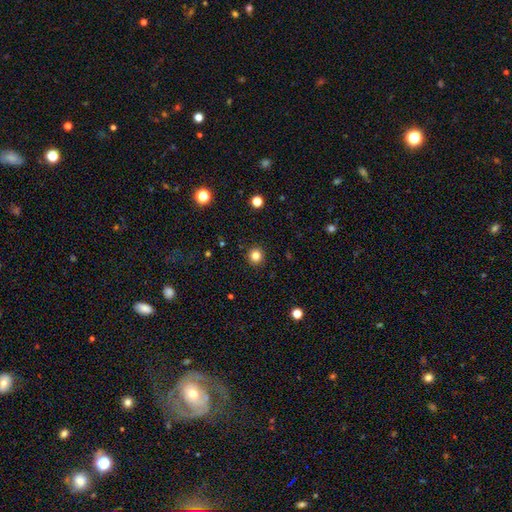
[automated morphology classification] smooth-or-featured: smooth: 82% | star or artifact: 12% | featured or disk: 6%
  how-rounded: round: 92% | in between: 7% | cigar-shaped: 1%
  merging: none: 92% | minor disturbance: 5% | major disturbance: 2% | merger: 1%